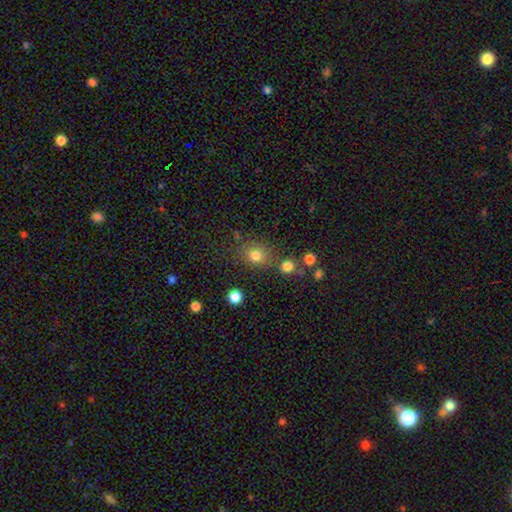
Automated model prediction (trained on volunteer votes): This is likely a smooth galaxy (78%). How rounded: likely round (72%). Merging: likely none (75%).